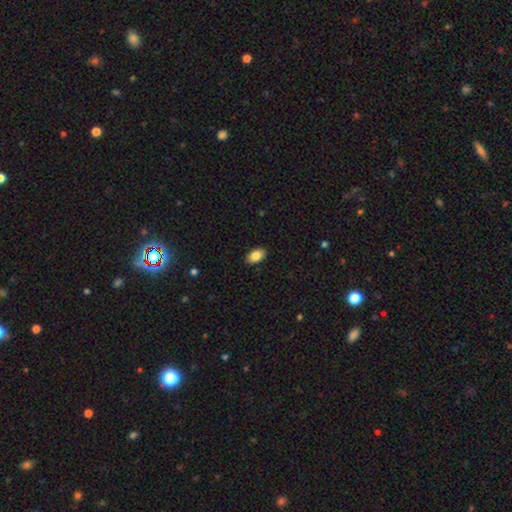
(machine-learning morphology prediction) smooth-or-featured: smooth: 84% | featured or disk: 8% | star or artifact: 7%
  how-rounded: in between: 92% | round: 6% | cigar-shaped: 2%
  merging: none: 89% | minor disturbance: 8% | major disturbance: 2% | merger: 1%